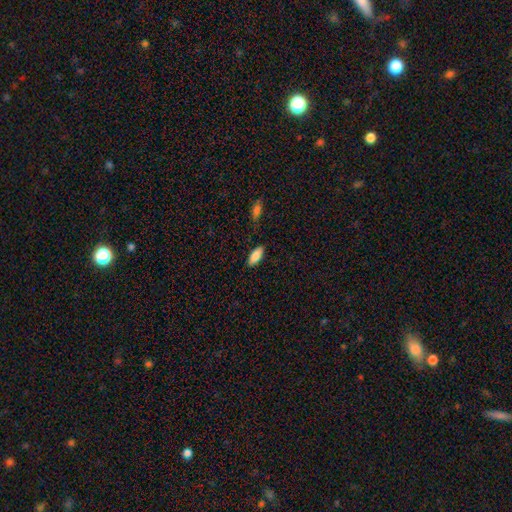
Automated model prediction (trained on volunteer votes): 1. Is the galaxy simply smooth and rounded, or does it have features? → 85% smooth, 9% featured or disk, 6% star or artifact.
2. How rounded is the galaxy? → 85% in between, 13% cigar-shaped, 2% round.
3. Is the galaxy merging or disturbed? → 86% none, 10% minor disturbance, 2% major disturbance, 2% merger.